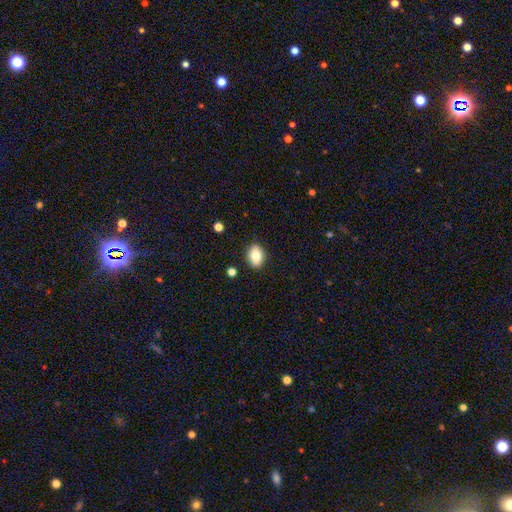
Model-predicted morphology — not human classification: A smooth galaxy with no disk features (77%) that is in between round and cigar-shaped (76%). Merging: none (87%).